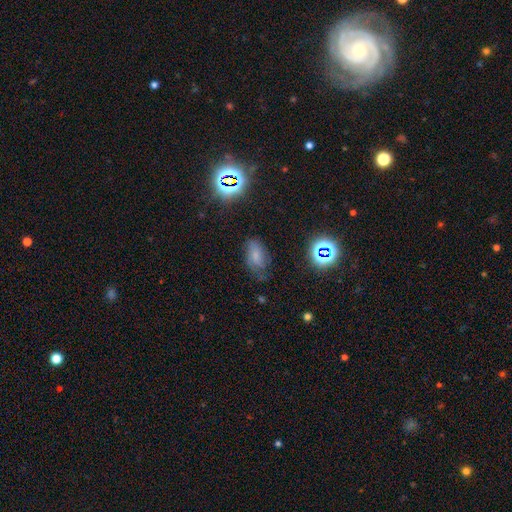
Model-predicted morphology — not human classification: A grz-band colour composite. It shows a smooth galaxy with no disk features (58%) that is in between round and cigar-shaped (89%). Merging: none (58%).